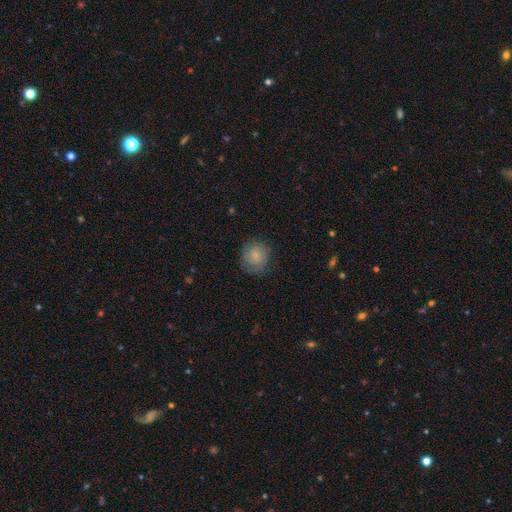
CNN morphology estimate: Overall: smooth (73%). How rounded: round (83%). Merging: none (72%).